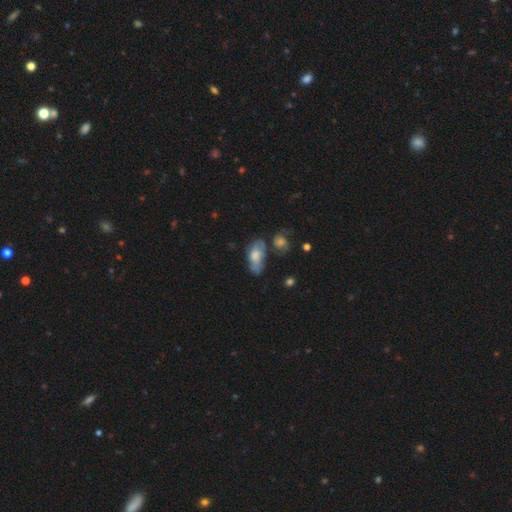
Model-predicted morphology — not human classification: A smooth galaxy with no disk features (60%) that is in between round and cigar-shaped (87%).

Vote fractions:
- Smooth or featured? smooth: 60% / featured or disk: 31% / star or artifact: 8%
- How rounded? in between: 87% / cigar-shaped: 8% / round: 5%
- Merging? none: 38% / minor disturbance: 29% / major disturbance: 18% / merger: 16%